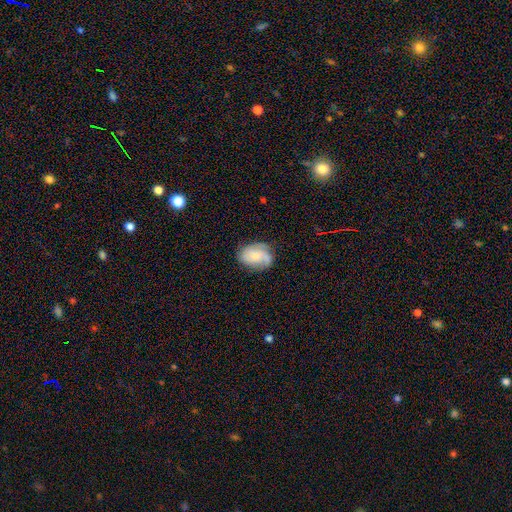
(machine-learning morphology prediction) This is possibly a featured or disk galaxy (53%). It is clearly not viewed edge-on (97%). Bar: likely no (70%). Spiral arm pattern: clearly yes (87%). Central bulge: marginally small (45%). Merging: likely none (61%).